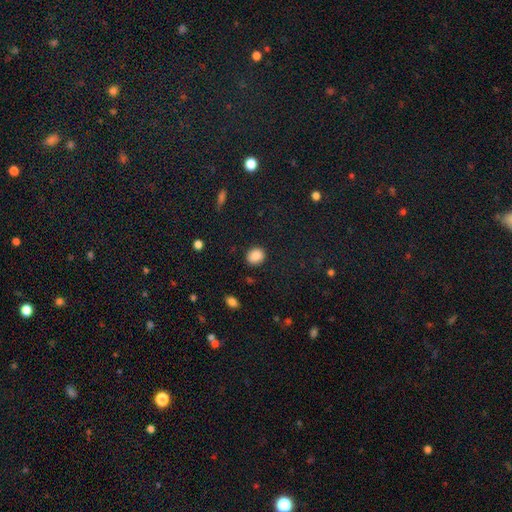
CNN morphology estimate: smooth 88%, star or artifact 9%, featured or disk 4%. Down the decision tree: how rounded — round (63%); merging — none (87%).